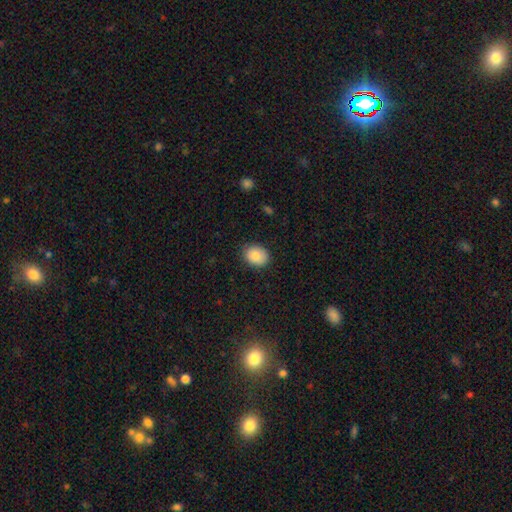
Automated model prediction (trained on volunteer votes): Morphology: type=smooth (85%); roundness=in between (55%); merging=none (85%).